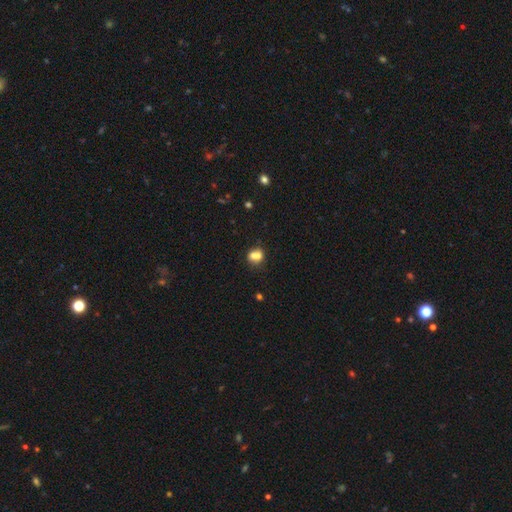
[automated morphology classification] type=smooth (72%); roundness=round (57%); merging=merger (44%).